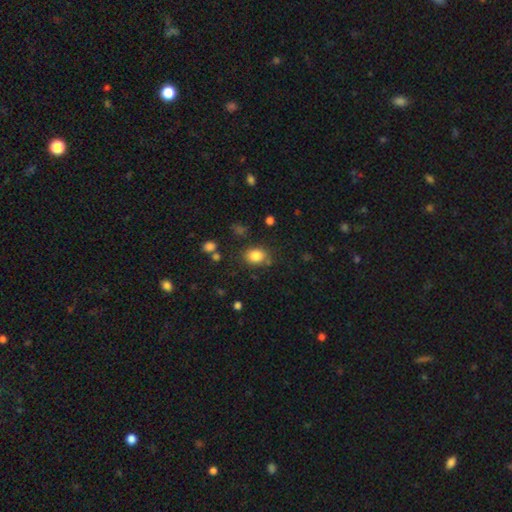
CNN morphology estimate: smooth 84%, star or artifact 10%, featured or disk 6%. Down the decision tree: how rounded — in between (56%); merging — none (77%).